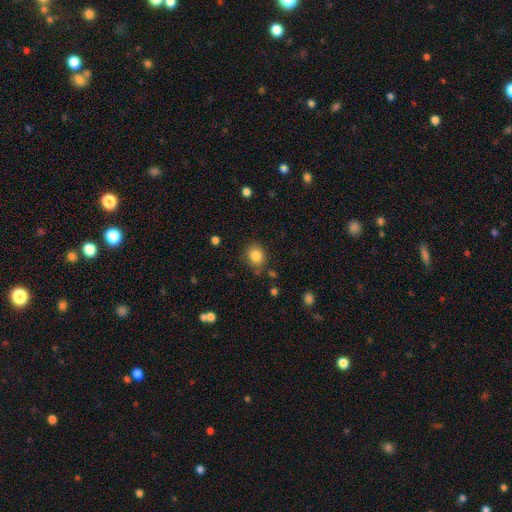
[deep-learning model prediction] smooth 84%, star or artifact 10%, featured or disk 6%. Down the decision tree: how rounded — round (63%); merging — none (81%).